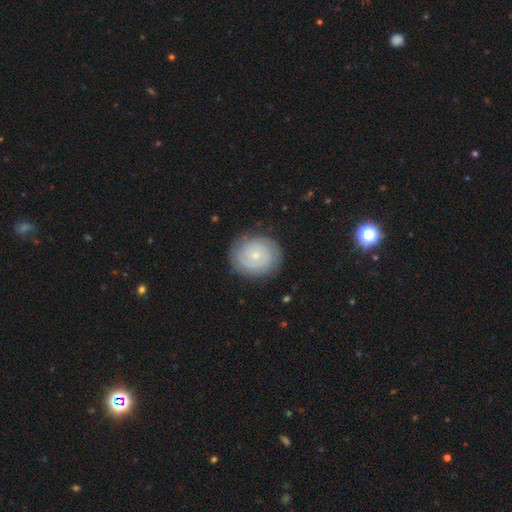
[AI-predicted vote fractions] featured or disk 61%, smooth 32%, star or artifact 7%. Down the decision tree: edge-on disk — no (98%); bar — no (79%); spiral arms — yes (87%); spiral arm count — 2 (46%); spiral winding — tight (76%); bulge size — small (77%); merging — none (84%).